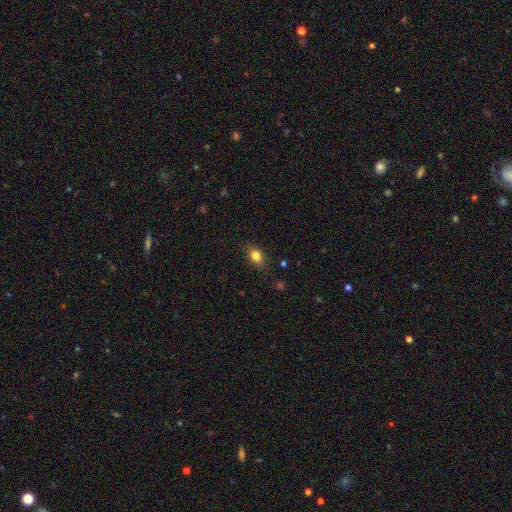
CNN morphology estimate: type=smooth (81%); roundness=in between (77%); merging=none (80%).